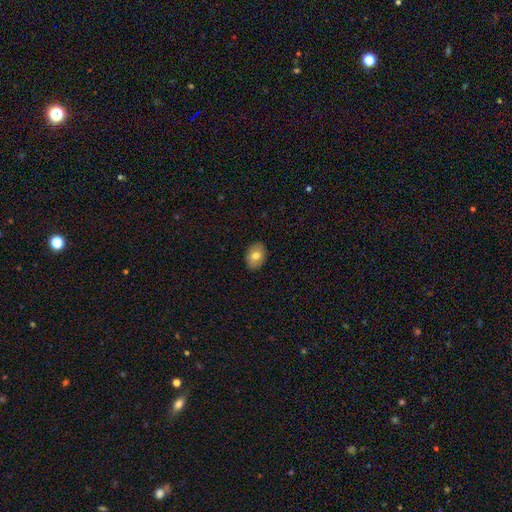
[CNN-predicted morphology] Smooth or featured? Predicted: smooth (p=0.77). How rounded? Predicted: in between (p=0.75). Merging? Predicted: none (p=0.89).